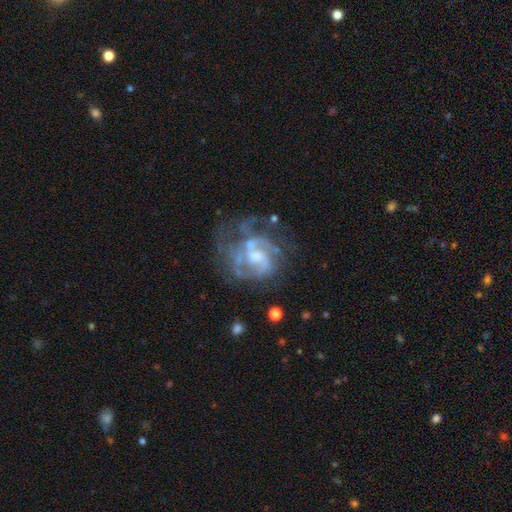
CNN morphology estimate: Overall: featured or disk (83%). Edge-on disk: no (98%). Bar: no (47%; weak 42%). Spiral arms: yes (88%). Spiral arm count: 2 (36%; can't tell 28%). Spiral winding: medium (44%; tight 40%). Bulge size: moderate (42%; small 33%). Merging: none (49%; major disturbance 26%).